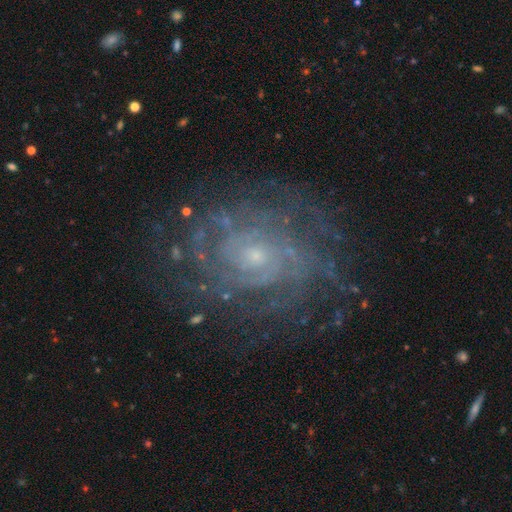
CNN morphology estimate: Smooth or featured? featured or disk (85%)
Edge-on disk? no (97%)
Bar? no (76%)
Spiral arms? yes (95%)
Spiral winding? tight (75%)
Spiral arm count? can't tell (37%)
Bulge size? small (74%)
Merging? none (78%)